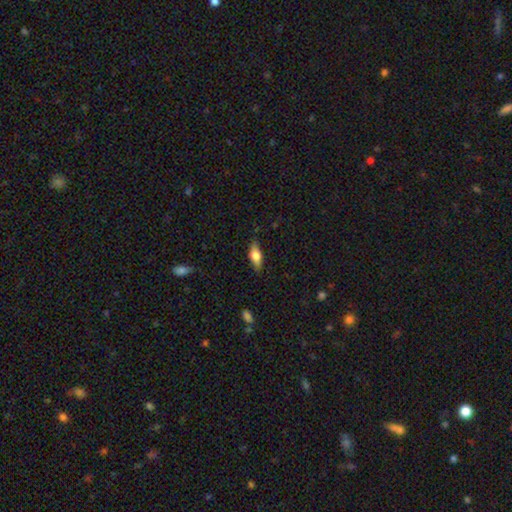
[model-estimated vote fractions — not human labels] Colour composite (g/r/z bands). It shows a smooth galaxy with no disk features (64%) that is in between round and cigar-shaped (74%). Merging: none (80%).